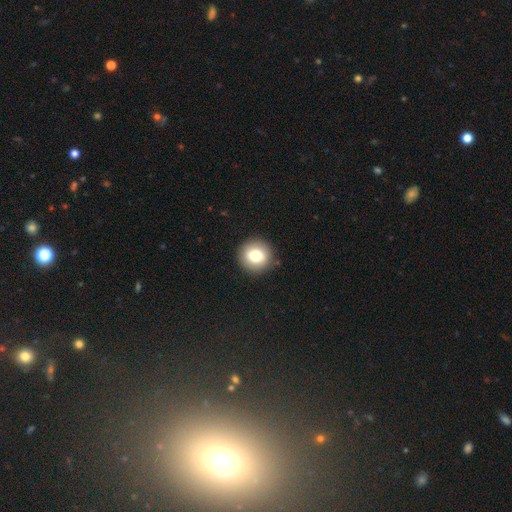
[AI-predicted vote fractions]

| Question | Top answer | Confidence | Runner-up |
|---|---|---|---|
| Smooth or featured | smooth | 78% | featured or disk (12%) |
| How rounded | round | 93% | in between (6%) |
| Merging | none | 90% | minor disturbance (6%) |